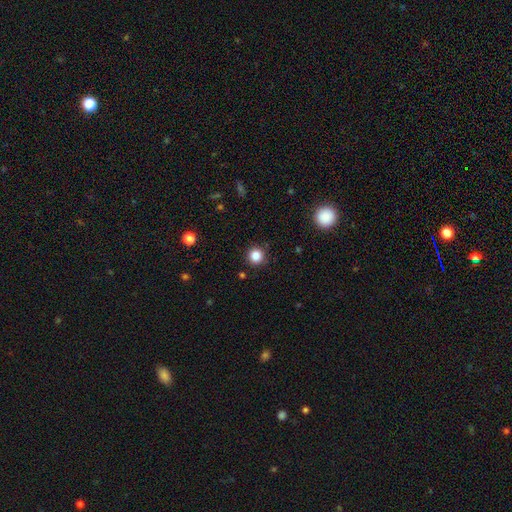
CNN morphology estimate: A smooth galaxy with no disk features (85%) that is round (94%). Merging: none (91%).